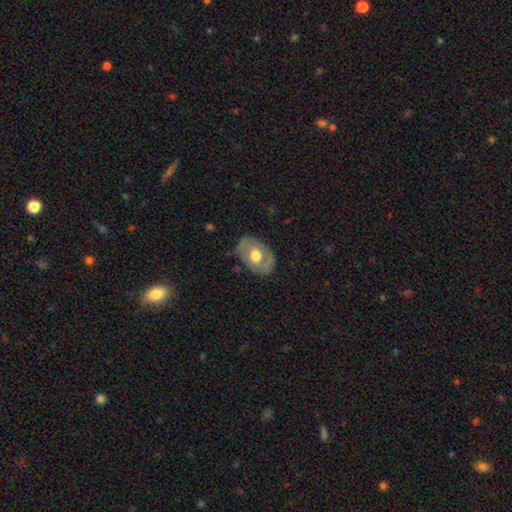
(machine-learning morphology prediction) Smooth or featured?
  - smooth: 49% *
  - featured or disk: 45%
  - star or artifact: 6%
Merging?
  - none: 68% *
  - minor disturbance: 23%
  - major disturbance: 8%
  - merger: 1%